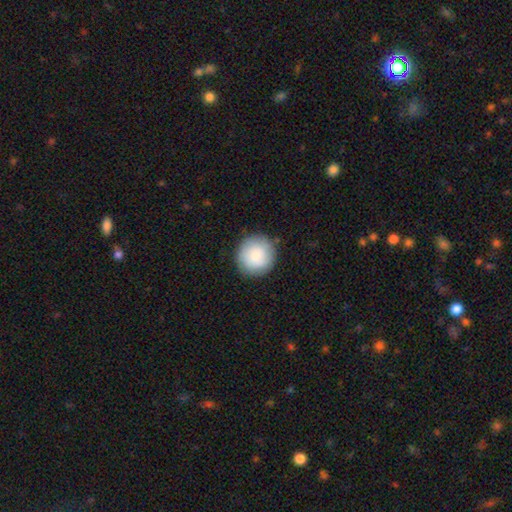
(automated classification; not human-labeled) smooth-or-featured: smooth: 82% | featured or disk: 12% | star or artifact: 6%
  how-rounded: round: 93% | in between: 6% | cigar-shaped: 1%
  merging: none: 87% | minor disturbance: 9% | major disturbance: 3% | merger: 1%